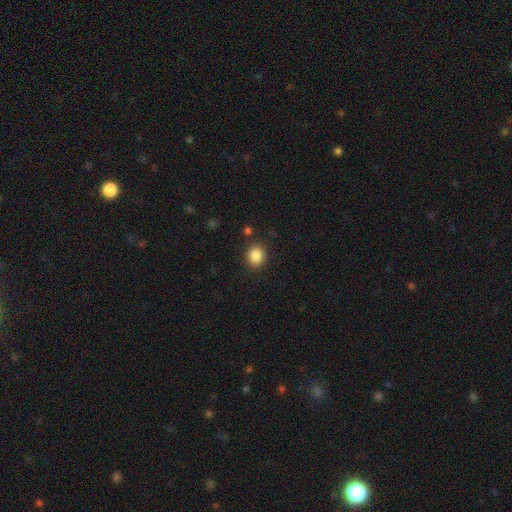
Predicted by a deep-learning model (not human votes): smooth 86%, star or artifact 9%, featured or disk 4%. Down the decision tree: how rounded — round (67%); merging — none (87%).